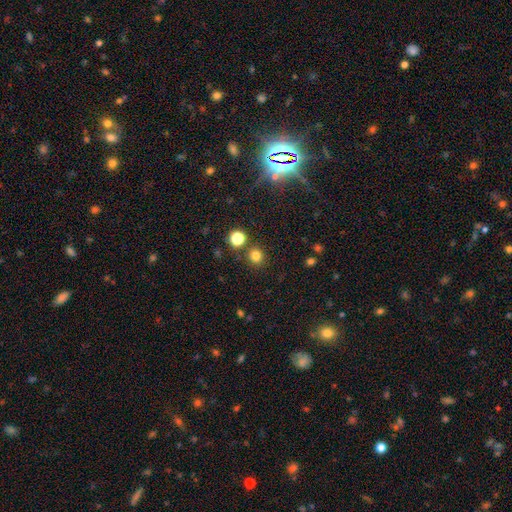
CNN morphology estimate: Smooth or featured? smooth (79%)
How rounded? round (89%)
Merging? none (84%)